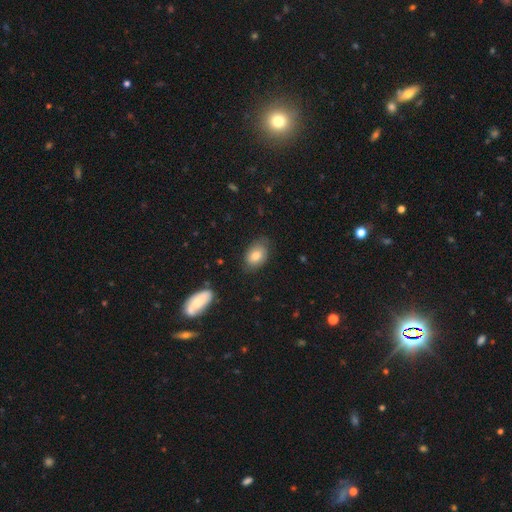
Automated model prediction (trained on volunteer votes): A smooth galaxy with no disk features (75%) that is in between round and cigar-shaped (83%). Merging: none (72%).